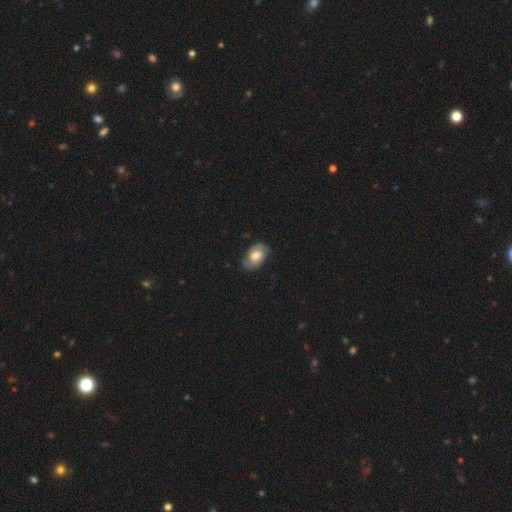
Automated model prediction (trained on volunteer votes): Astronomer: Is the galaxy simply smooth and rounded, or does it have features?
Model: featured or disk — 48% (runner-up: smooth, 45%).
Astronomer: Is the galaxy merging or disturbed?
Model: none — 75%.